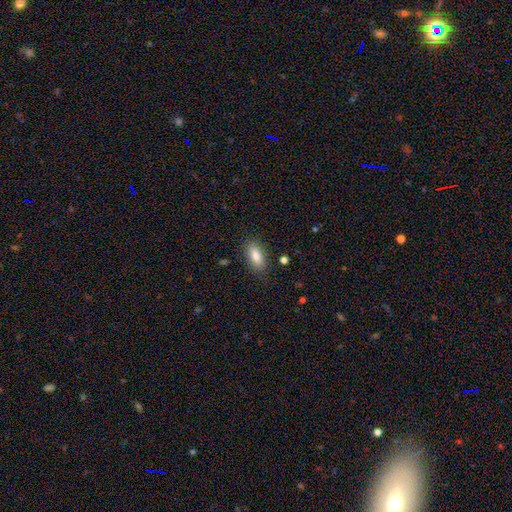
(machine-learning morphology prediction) This is clearly a smooth galaxy (85%). How rounded: clearly in between (86%). Merging: clearly none (84%).